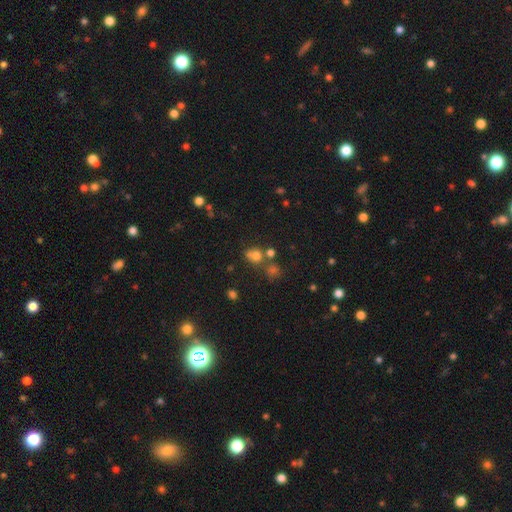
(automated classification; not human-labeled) smooth-or-featured: smooth: 68% | star or artifact: 21% | featured or disk: 10%
  how-rounded: round: 73% | in between: 25% | cigar-shaped: 1%
  merging: none: 51% | merger: 31% | minor disturbance: 12% | major disturbance: 6%